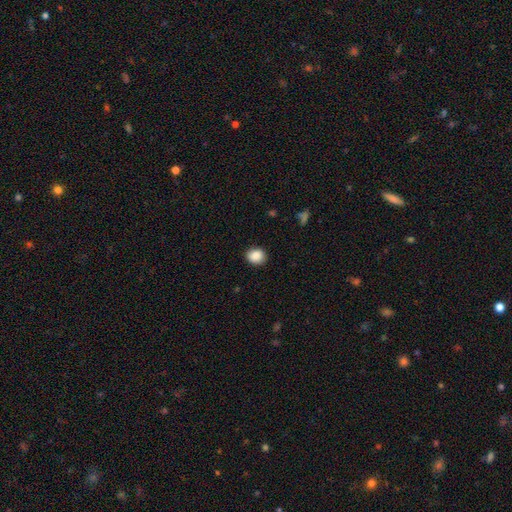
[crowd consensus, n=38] Smooth or featured: smooth — 92% (star or artifact — 8%)
How rounded: round — 66% (in between — 34%)
Merging: none — 89% (major disturbance — 6%)